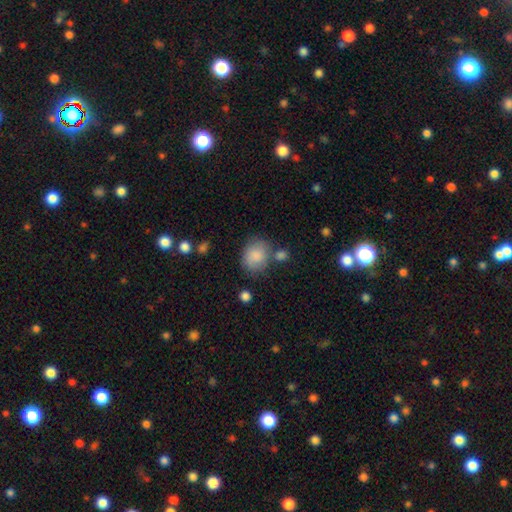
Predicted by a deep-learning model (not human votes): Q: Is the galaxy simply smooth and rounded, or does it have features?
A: smooth — 85%.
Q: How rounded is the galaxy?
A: round — 54%.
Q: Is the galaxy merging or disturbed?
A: none — 61%.